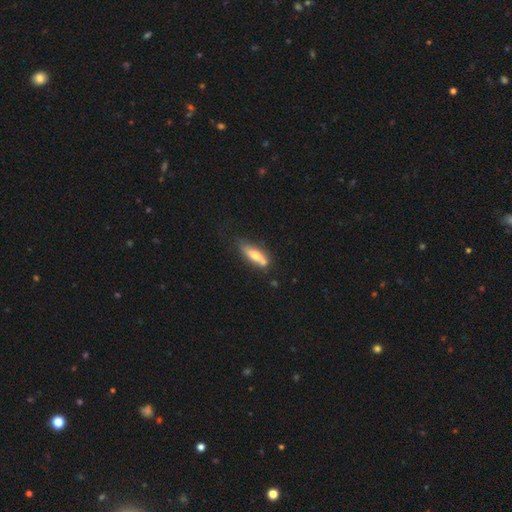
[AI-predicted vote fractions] Q: Smooth or featured?
A: smooth (56%); runner-up: featured or disk (37%)
Q: How rounded?
A: cigar-shaped (57%); runner-up: in between (41%)
Q: Merging?
A: none (55%); runner-up: minor disturbance (22%)